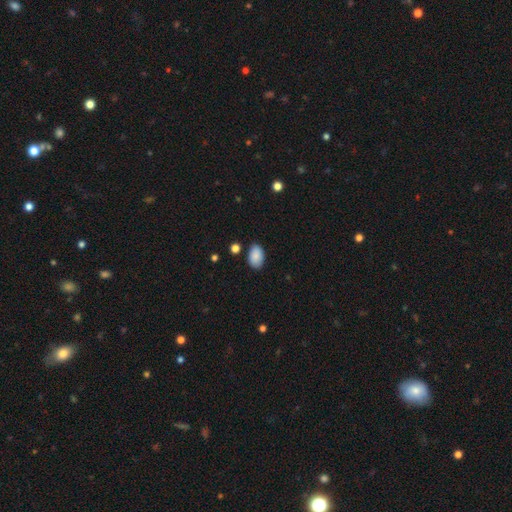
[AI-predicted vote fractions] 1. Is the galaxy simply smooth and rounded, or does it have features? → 89% smooth, 7% star or artifact, 4% featured or disk.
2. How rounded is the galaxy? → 92% in between, 7% round, 1% cigar-shaped.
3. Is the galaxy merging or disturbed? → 82% none, 13% minor disturbance, 3% merger, 3% major disturbance.